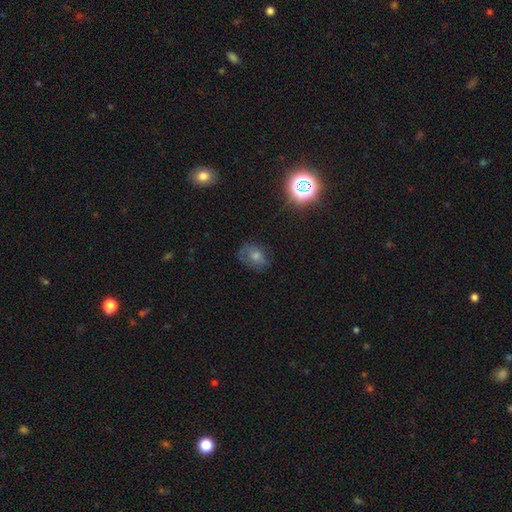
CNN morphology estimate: smooth-or-featured: smooth: 50% | star or artifact: 27% | featured or disk: 23%
  how-rounded: in between: 61% | round: 38% | cigar-shaped: 1%
  merging: none: 66% | minor disturbance: 23% | major disturbance: 9% | merger: 2%